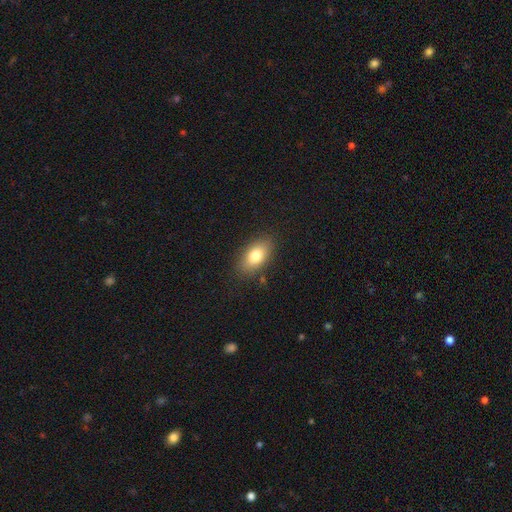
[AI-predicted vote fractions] smooth_or_featured: smooth (p=0.79) [alt: featured or disk p=0.13]
how_rounded: in between (p=0.89) [alt: round p=0.08]
merging: none (p=0.85) [alt: minor disturbance p=0.11]